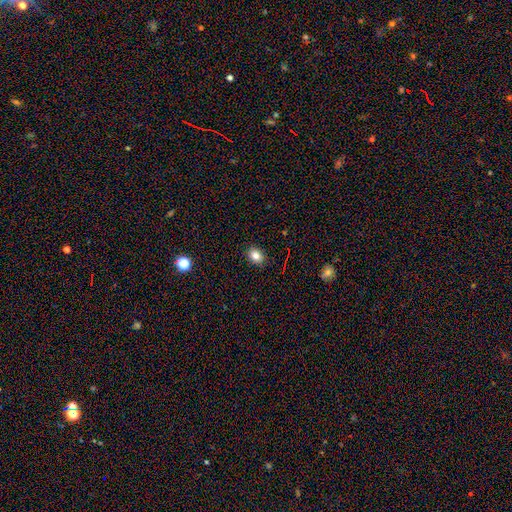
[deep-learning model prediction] A smooth galaxy with no disk features (82%) that is in between round and cigar-shaped (59%). Merging: none (89%).